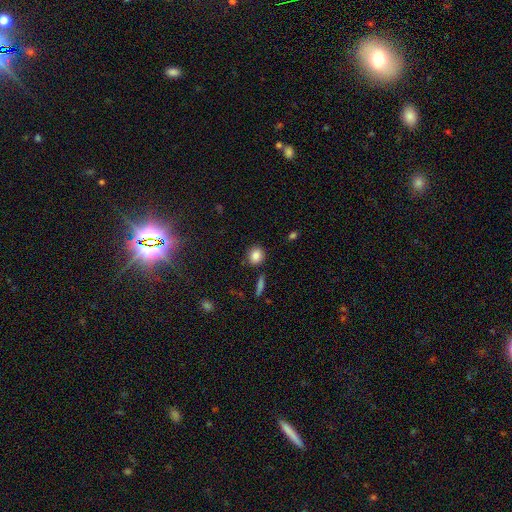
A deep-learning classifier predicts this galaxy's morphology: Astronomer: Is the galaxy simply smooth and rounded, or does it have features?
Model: smooth — 85%.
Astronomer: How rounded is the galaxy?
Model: round — 79%.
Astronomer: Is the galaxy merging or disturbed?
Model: none — 85%.